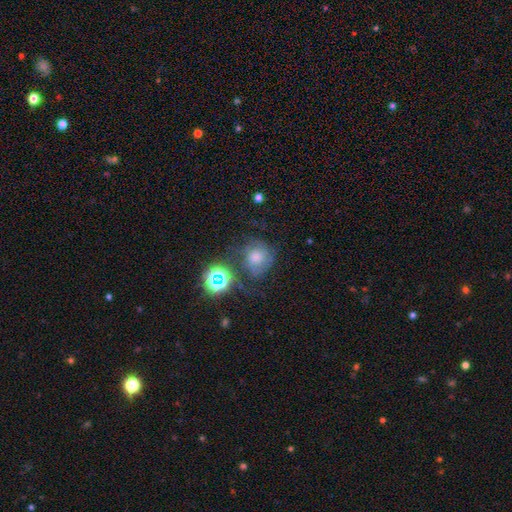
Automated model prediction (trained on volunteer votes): Smooth or featured: featured or disk — 50% (smooth — 25%)
Merging: none — 64% (minor disturbance — 17%)